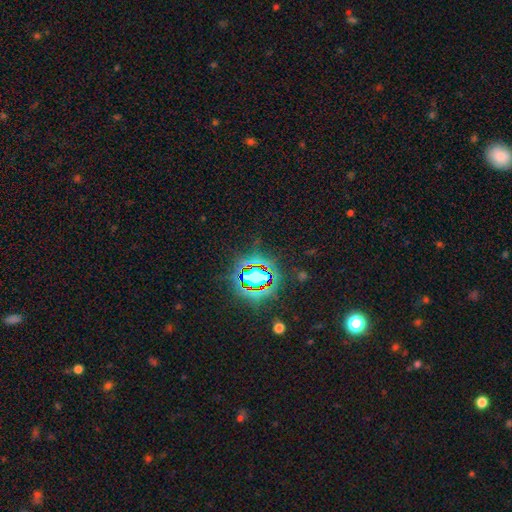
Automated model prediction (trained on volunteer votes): Overall: star or artifact (81%).